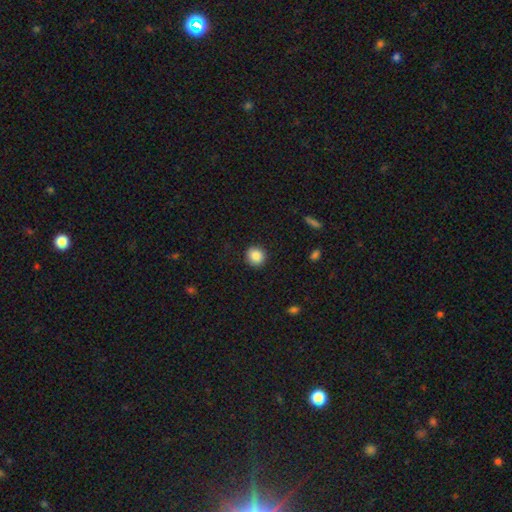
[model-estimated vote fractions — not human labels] This appears to be a smooth galaxy with no disk features (87%) that is round (88%). Merging: none (91%).